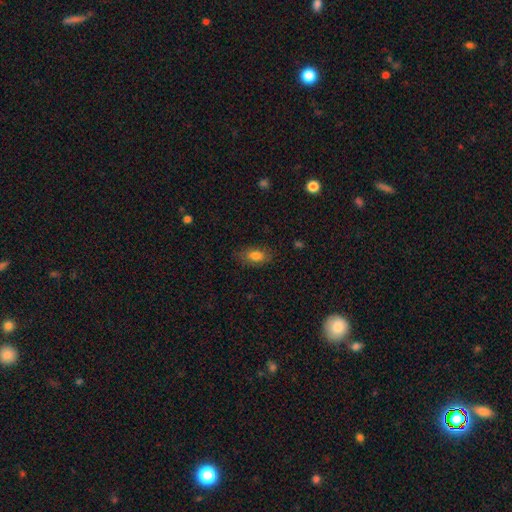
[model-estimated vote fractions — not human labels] Morphology: type=smooth (80%); roundness=in between (86%); merging=none (77%).